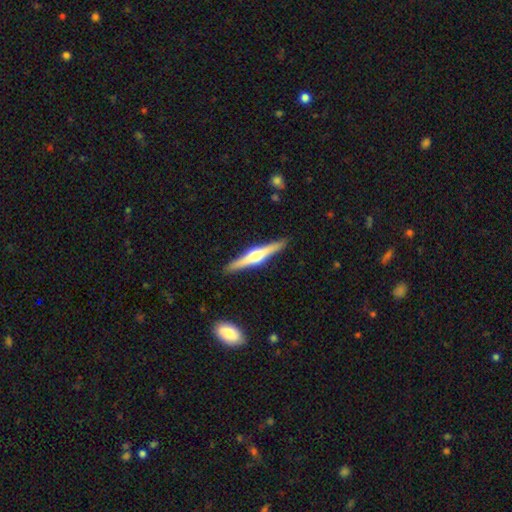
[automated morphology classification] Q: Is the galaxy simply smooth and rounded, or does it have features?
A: featured or disk — 71%.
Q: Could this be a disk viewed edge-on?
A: yes — 98%.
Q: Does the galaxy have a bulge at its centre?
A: rounded — 93%.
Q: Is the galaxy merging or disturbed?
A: none — 91%.